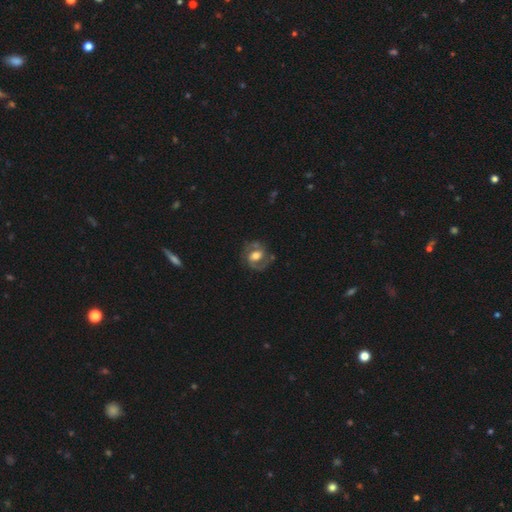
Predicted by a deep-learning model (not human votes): Smooth or featured? featured or disk (73%)
Edge-on disk? no (97%)
Bar? weak (42%)
Spiral arms? yes (85%)
Spiral winding? medium (51%)
Spiral arm count? 2 (85%)
Bulge size? moderate (57%)
Merging? none (72%)